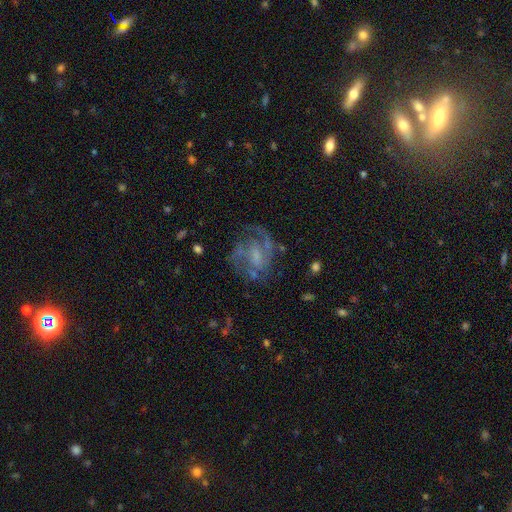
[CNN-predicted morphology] Overall: featured or disk (77%). Edge-on disk: no (98%). Bar: weak (46%; no 41%). Spiral arms: yes (87%). Spiral arm count: 2 (49%; can't tell 20%). Spiral winding: medium (50%; tight 30%). Bulge size: small (39%; moderate 28%). Merging: none (60%).